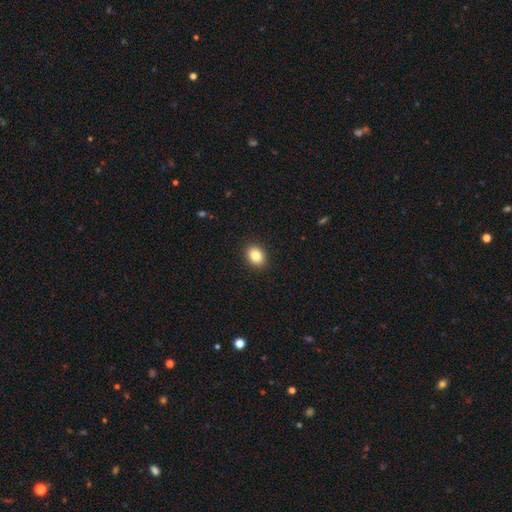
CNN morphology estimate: A smooth galaxy with no disk features (85%) that is in between round and cigar-shaped (64%).

Vote fractions:
- Smooth or featured? smooth: 85% / star or artifact: 9% / featured or disk: 6%
- How rounded? in between: 64% / round: 36% / cigar-shaped: 1%
- Merging? none: 91% / minor disturbance: 6% / major disturbance: 2% / merger: 1%